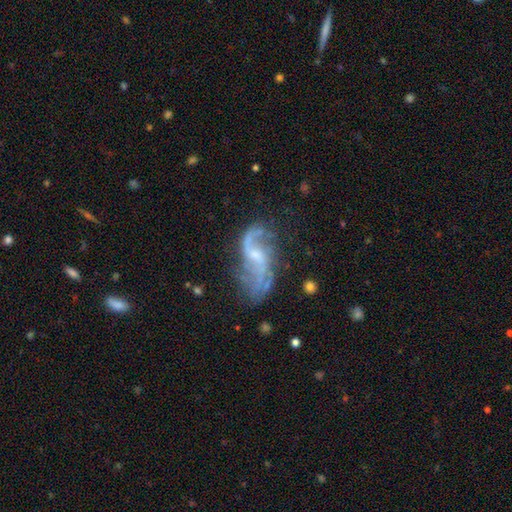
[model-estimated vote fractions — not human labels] featured or disk 86%, smooth 7%, star or artifact 7%. Down the decision tree: edge-on disk — no (96%); bar — weak (49%); spiral arms — yes (94%); spiral arm count — 2 (76%); spiral winding — loose (65%); bulge size — small (52%); merging — none (57%).